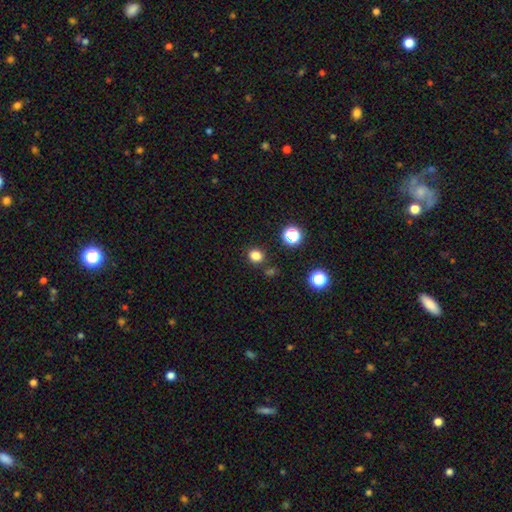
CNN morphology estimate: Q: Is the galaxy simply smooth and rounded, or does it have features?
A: smooth — 80%.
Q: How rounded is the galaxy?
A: round — 83%.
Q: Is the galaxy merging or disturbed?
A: none — 85%.